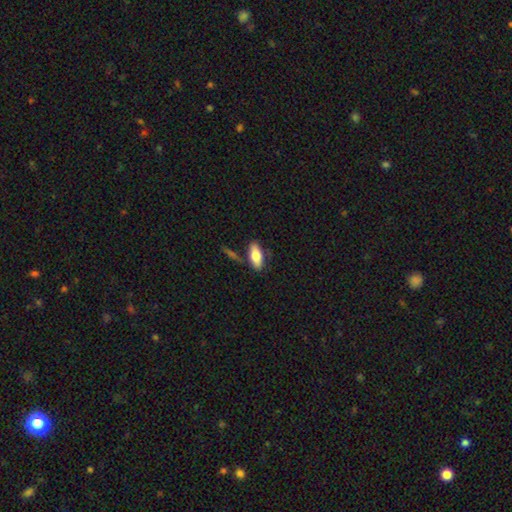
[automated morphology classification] The model was most divided on "smooth or featured": smooth: 76%, featured or disk: 18%, star or artifact: 6%. More confident: how rounded — in between (82%); merging — none (73%).